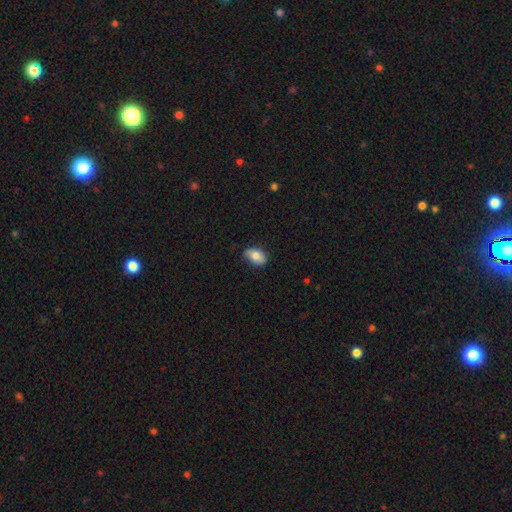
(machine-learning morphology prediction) type=smooth (79%); roundness=in between (89%); merging=none (78%).